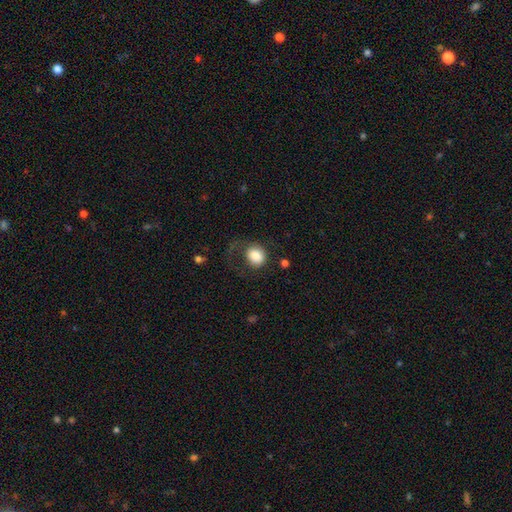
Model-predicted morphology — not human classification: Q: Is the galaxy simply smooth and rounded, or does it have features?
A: smooth — 82%.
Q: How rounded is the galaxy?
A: round — 65%.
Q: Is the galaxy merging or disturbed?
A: none — 46%.